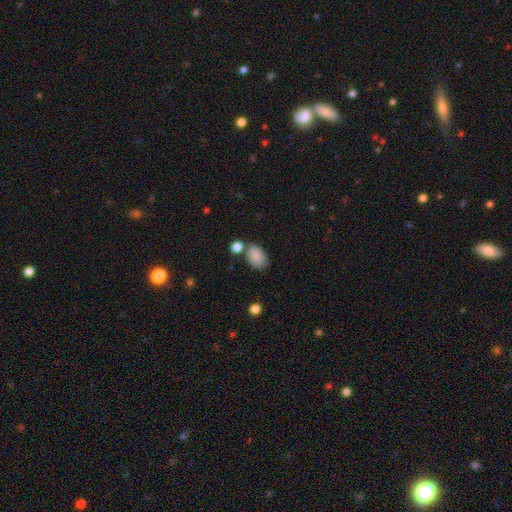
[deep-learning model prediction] Smooth or featured? Predicted: smooth (p=0.86). How rounded? Predicted: in between (p=0.88). Merging? Predicted: none (p=0.64).